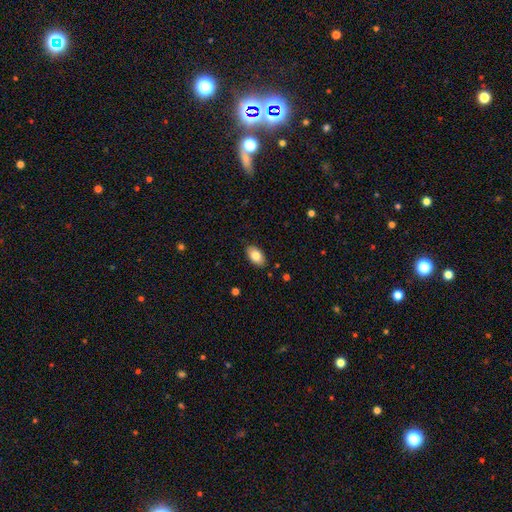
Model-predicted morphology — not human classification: A smooth galaxy with no disk features (82%) that is in between round and cigar-shaped (93%). Merging: none (87%).